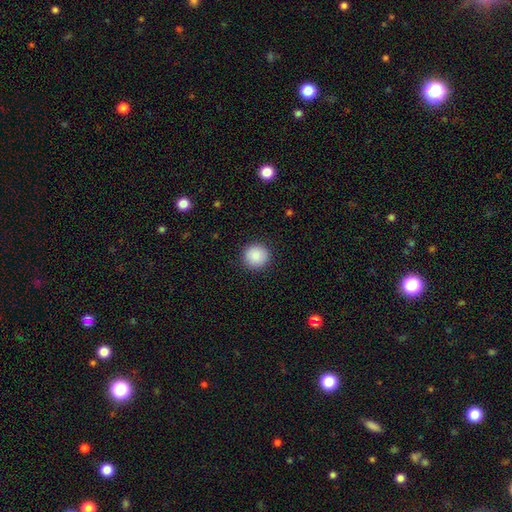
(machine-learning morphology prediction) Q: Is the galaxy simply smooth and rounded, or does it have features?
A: smooth — 89%.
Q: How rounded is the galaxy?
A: round — 95%.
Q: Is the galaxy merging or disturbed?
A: none — 92%.